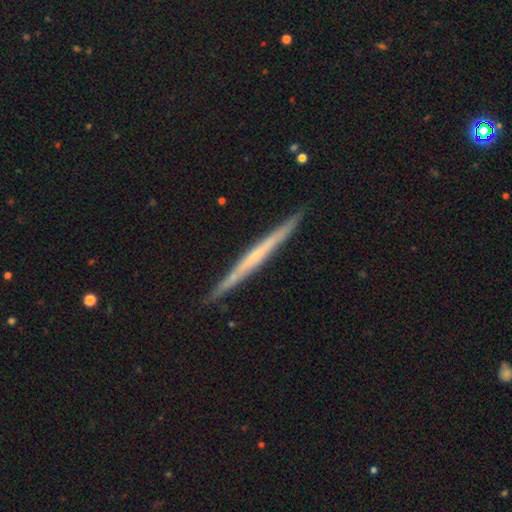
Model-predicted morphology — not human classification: Smooth or featured? Predicted: featured or disk (p=0.61). Edge-on disk? Predicted: yes (p=0.97). Edge-on bulge? Predicted: none (p=0.80). Merging? Predicted: none (p=0.91).